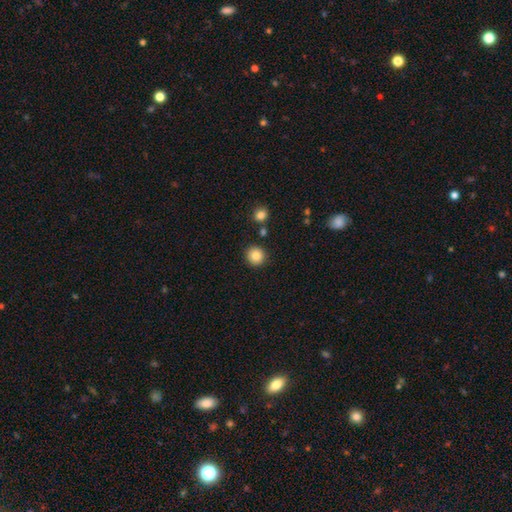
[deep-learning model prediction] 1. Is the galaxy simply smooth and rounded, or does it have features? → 85% smooth, 10% star or artifact, 5% featured or disk.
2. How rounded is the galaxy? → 94% round, 5% in between, 1% cigar-shaped.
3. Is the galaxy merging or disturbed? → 90% none, 6% minor disturbance, 3% merger, 2% major disturbance.